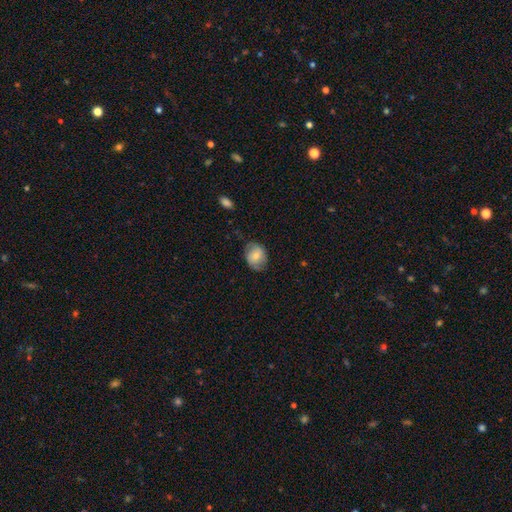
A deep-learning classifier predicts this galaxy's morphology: This appears to be a smooth galaxy with no disk features (63%) that is round (52%). Merging: none (70%).